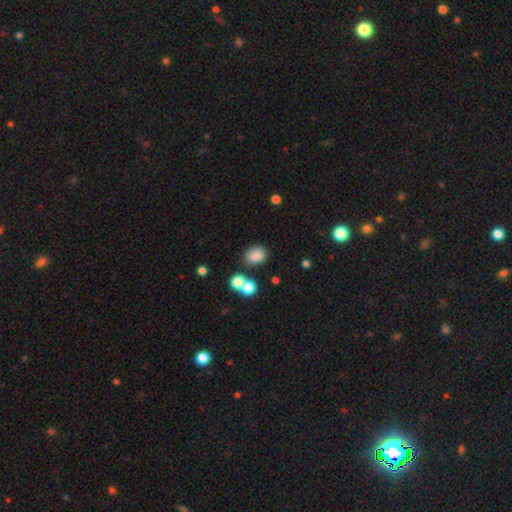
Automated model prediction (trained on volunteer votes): This appears to be a smooth galaxy with no disk features (83%) that is in between round and cigar-shaped (68%). Merging: none (73%).